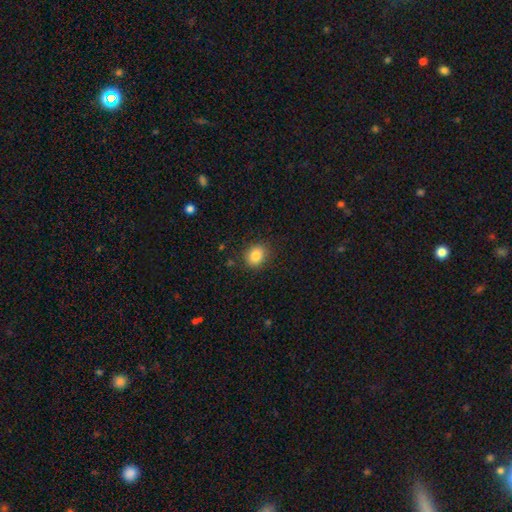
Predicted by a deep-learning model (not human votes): smooth 84%, star or artifact 10%, featured or disk 6%. Down the decision tree: how rounded — round (59%); merging — none (86%).